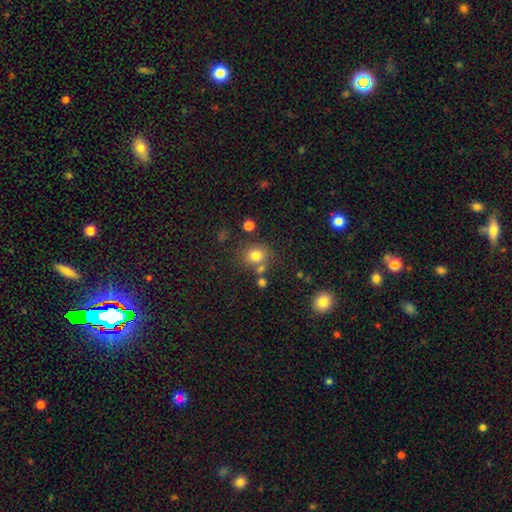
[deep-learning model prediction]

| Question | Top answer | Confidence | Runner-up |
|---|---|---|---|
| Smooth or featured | smooth | 77% | star or artifact (14%) |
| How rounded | round | 78% | in between (21%) |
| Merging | none | 69% | merger (14%) |